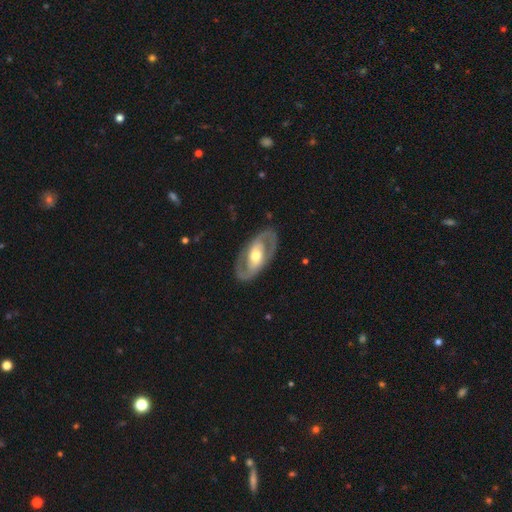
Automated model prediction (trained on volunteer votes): A featured or disk galaxy (81%) with no bar (41%), 2 (89%) medium (48%) spiral arms (79%) and a moderate central bulge (72%). Merging: none (85%).